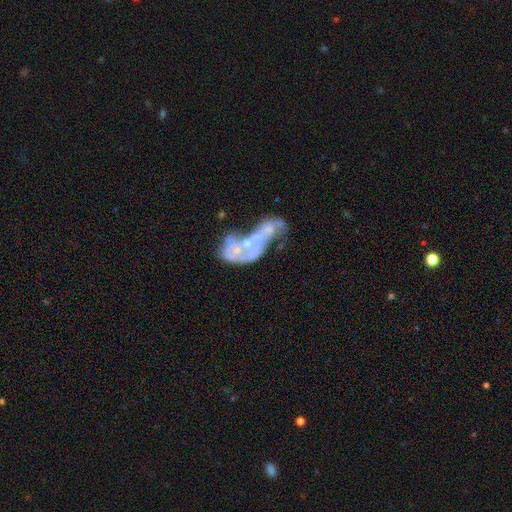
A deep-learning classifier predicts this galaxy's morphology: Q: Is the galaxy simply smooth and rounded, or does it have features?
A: featured or disk — 71%.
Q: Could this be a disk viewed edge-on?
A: no — 94%.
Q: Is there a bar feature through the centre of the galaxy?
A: no — 77%.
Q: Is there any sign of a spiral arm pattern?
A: no — 58%.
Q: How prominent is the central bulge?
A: small — 46%.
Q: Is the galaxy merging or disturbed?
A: merger — 64%.